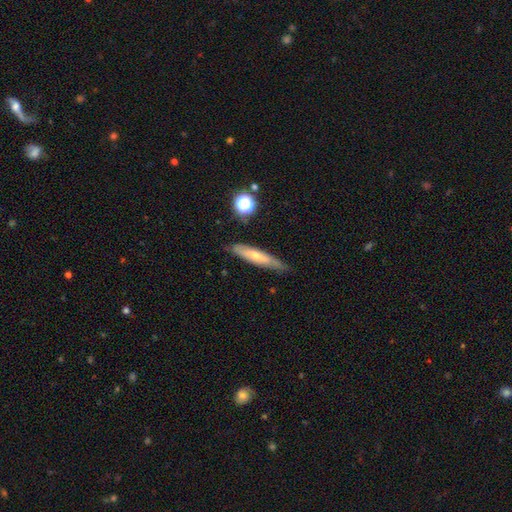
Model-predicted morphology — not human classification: Smooth or featured? smooth (47%)
Merging? none (76%)